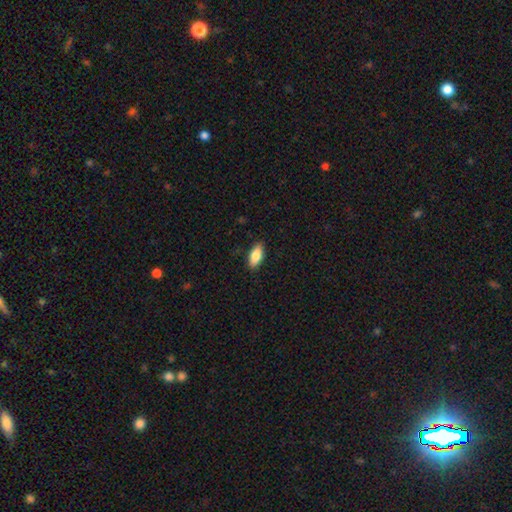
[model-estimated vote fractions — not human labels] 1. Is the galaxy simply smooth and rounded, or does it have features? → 84% smooth, 10% featured or disk, 6% star or artifact.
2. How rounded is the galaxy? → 86% in between, 11% cigar-shaped, 2% round.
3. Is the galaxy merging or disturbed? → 88% none, 9% minor disturbance, 2% major disturbance, 1% merger.